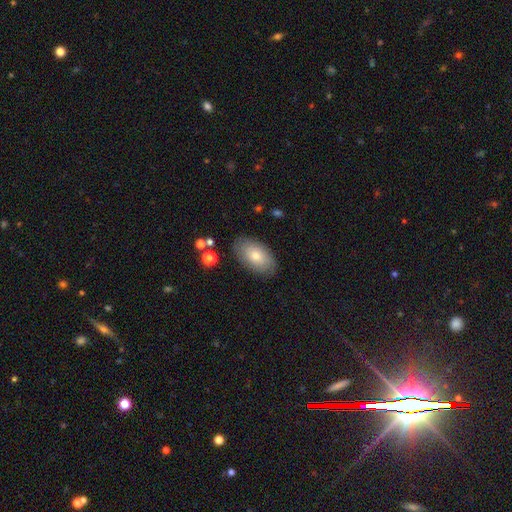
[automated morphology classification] smooth-or-featured: smooth: 70% | featured or disk: 22% | star or artifact: 8%
  how-rounded: in between: 94% | round: 5% | cigar-shaped: 2%
  merging: none: 84% | minor disturbance: 12% | major disturbance: 3% | merger: 1%